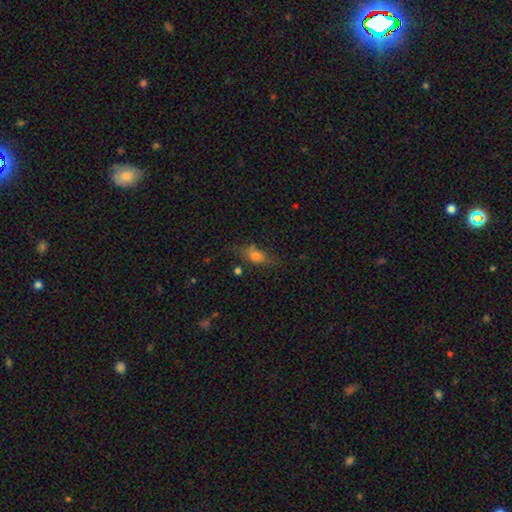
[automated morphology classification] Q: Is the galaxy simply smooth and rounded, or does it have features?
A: smooth — 64%.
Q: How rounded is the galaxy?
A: in between — 68%.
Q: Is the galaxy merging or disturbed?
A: none — 59%.